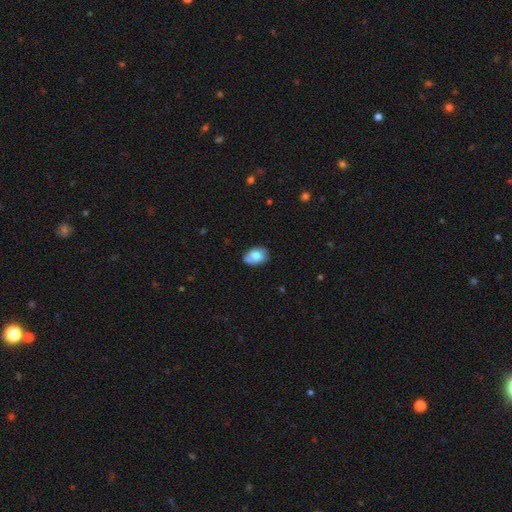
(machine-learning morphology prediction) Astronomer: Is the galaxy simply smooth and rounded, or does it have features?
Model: smooth — 71%.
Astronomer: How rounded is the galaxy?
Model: in between — 81%.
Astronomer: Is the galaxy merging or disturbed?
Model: none — 56%.